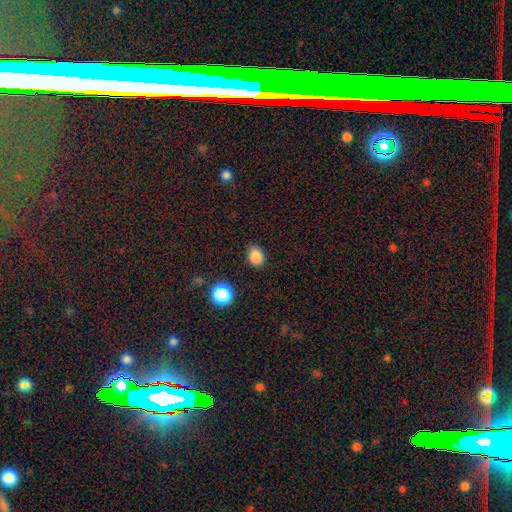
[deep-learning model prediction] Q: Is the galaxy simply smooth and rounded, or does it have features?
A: smooth — 85%.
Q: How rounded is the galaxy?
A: in between — 56%.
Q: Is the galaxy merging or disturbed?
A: none — 85%.